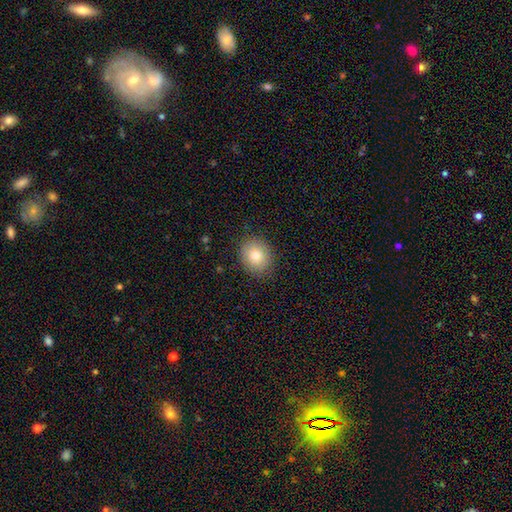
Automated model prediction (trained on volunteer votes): This is likely a smooth galaxy (78%). How rounded: likely round (71%). Merging: clearly none (86%).